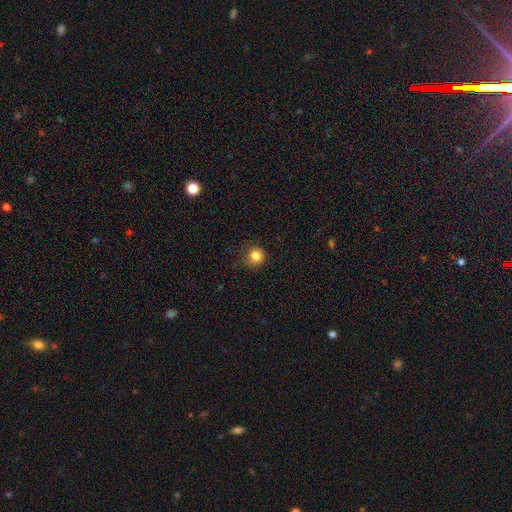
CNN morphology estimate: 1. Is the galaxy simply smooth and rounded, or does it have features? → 83% smooth, 12% star or artifact, 5% featured or disk.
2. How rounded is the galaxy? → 93% round, 6% in between, 1% cigar-shaped.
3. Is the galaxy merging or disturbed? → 81% none, 14% minor disturbance, 4% major disturbance, 1% merger.